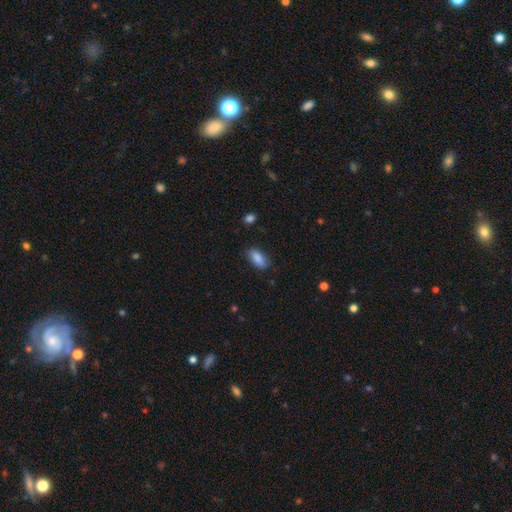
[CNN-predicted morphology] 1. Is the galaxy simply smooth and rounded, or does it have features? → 87% smooth, 7% star or artifact, 6% featured or disk.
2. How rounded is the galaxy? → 87% in between, 11% cigar-shaped, 3% round.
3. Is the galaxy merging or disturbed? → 83% none, 13% minor disturbance, 3% major disturbance, 1% merger.